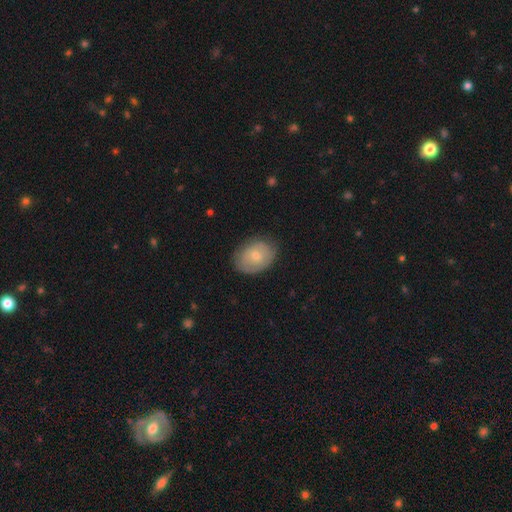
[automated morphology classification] Smooth or featured? Predicted: smooth (p=0.61). How rounded? Predicted: in between (p=0.61). Merging? Predicted: none (p=0.74).